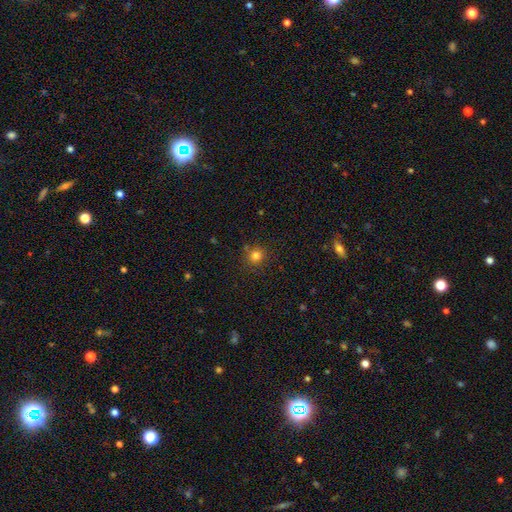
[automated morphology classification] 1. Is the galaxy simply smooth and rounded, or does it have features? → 80% smooth, 15% star or artifact, 5% featured or disk.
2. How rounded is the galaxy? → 91% round, 8% in between, 1% cigar-shaped.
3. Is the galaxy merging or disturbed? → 83% none, 10% minor disturbance, 5% merger, 3% major disturbance.